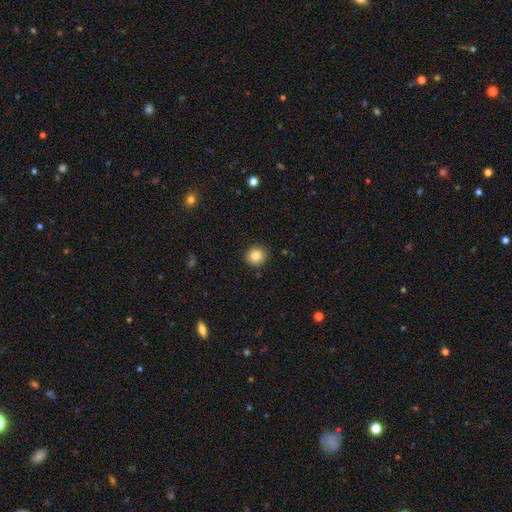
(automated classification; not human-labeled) Overall: smooth (85%). How rounded: round (90%). Merging: none (91%).